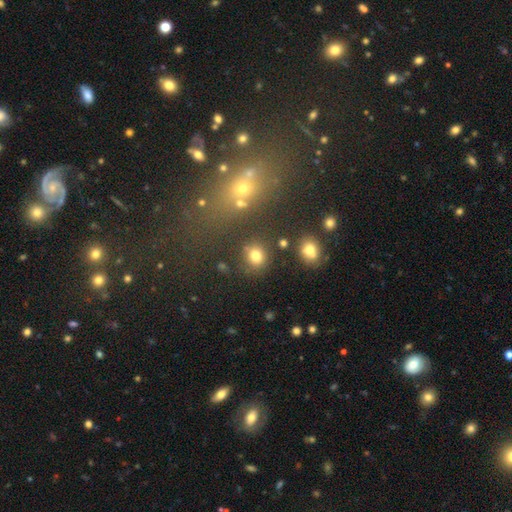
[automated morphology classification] Smooth or featured: smooth — 76% (star or artifact — 16%)
How rounded: round — 75% (in between — 24%)
Merging: none — 75% (minor disturbance — 12%)